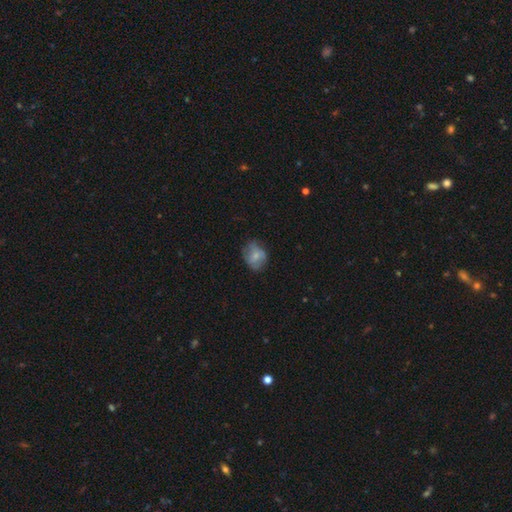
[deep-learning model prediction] smooth-or-featured: smooth: 63% | featured or disk: 29% | star or artifact: 8%
  how-rounded: in between: 56% | round: 43% | cigar-shaped: 1%
  merging: none: 61% | minor disturbance: 28% | major disturbance: 10% | merger: 1%